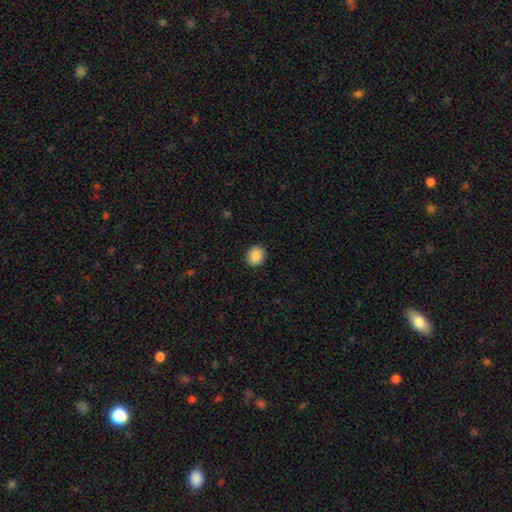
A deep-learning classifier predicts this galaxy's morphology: type=smooth (89%); roundness=round (68%); merging=none (91%).